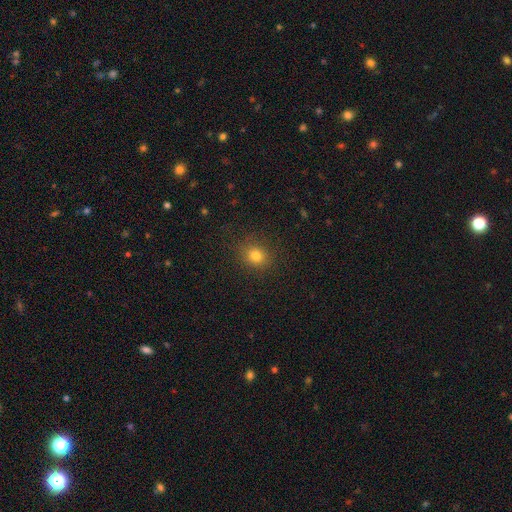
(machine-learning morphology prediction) Smooth or featured? Predicted: smooth (p=0.79). How rounded? Predicted: round (p=0.69). Merging? Predicted: none (p=0.85).